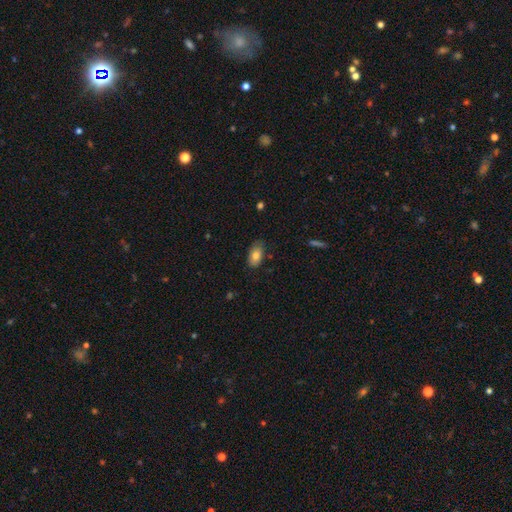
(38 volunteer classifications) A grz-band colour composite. It shows a smooth galaxy with no disk features (87%) that is in between round and cigar-shaped (97%). Merging: none (73%).